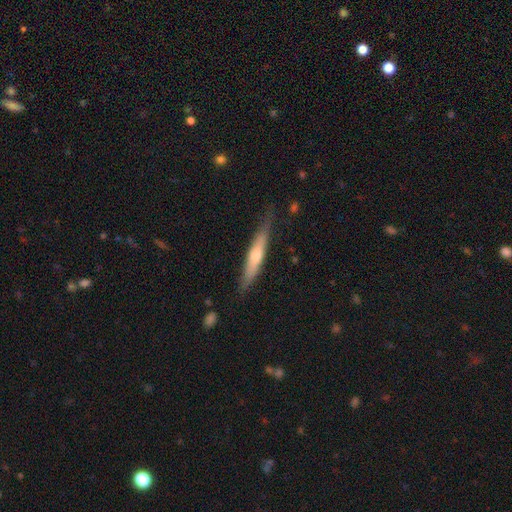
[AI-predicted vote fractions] Q: Smooth or featured?
A: smooth (48%); runner-up: featured or disk (46%)
Q: Merging?
A: none (79%); runner-up: minor disturbance (16%)